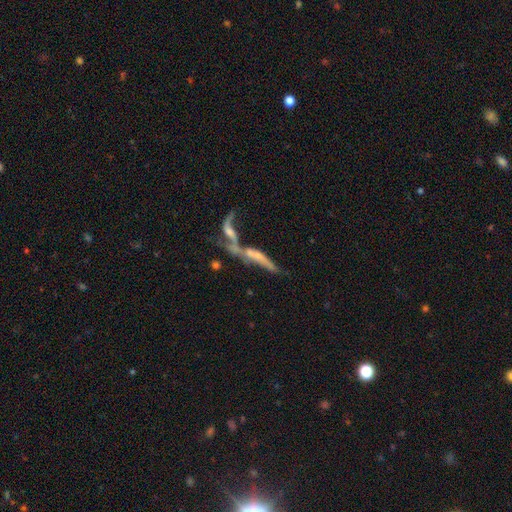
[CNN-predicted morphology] Smooth or featured: featured or disk — 64% (smooth — 26%)
Edge-on disk: no — 54% (yes — 46%)
Merging: merger — 66% (none — 16%)